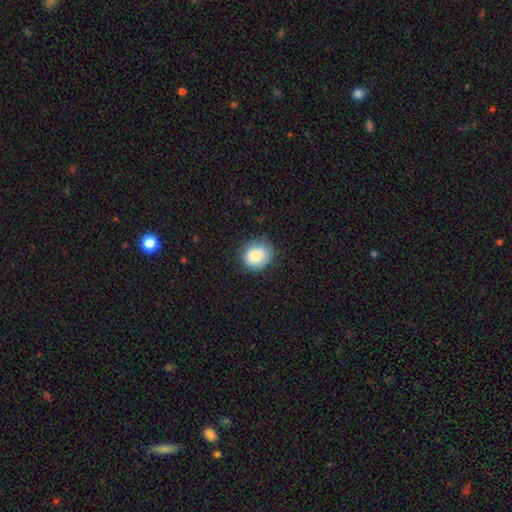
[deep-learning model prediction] smooth-or-featured: smooth: 84% | star or artifact: 8% | featured or disk: 8%
  how-rounded: round: 71% | in between: 28% | cigar-shaped: 1%
  merging: none: 74% | minor disturbance: 20% | major disturbance: 5% | merger: 1%